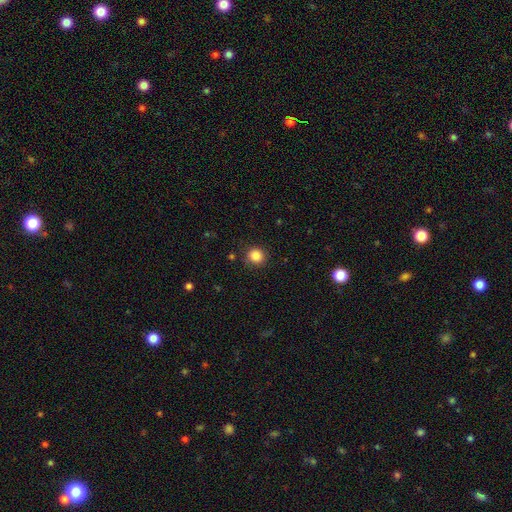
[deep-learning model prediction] This is clearly a smooth galaxy (86%). How rounded: clearly round (91%). Merging: clearly none (89%).